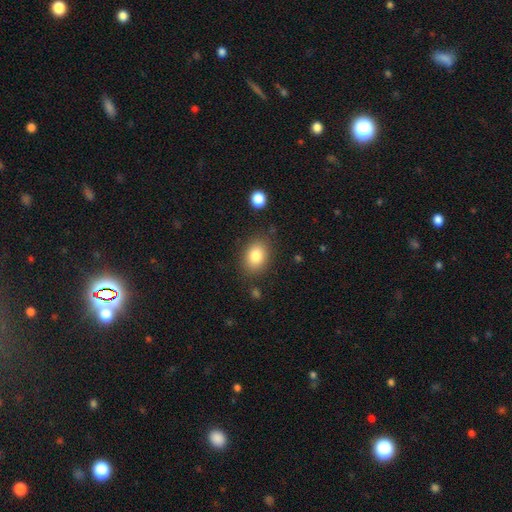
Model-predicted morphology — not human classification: Overall: smooth (83%). How rounded: in between (70%). Merging: none (82%).